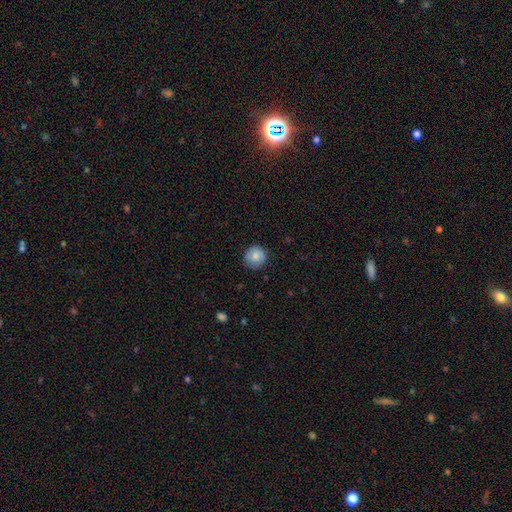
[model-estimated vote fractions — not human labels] Smooth or featured: smooth — 82% (featured or disk — 11%)
How rounded: round — 93% (in between — 6%)
Merging: none — 85% (minor disturbance — 12%)